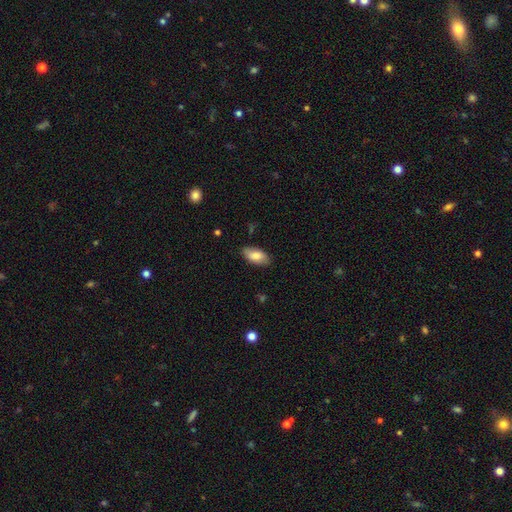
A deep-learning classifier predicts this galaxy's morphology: The model was most divided on "smooth or featured": smooth: 81%, featured or disk: 12%, star or artifact: 6%. More confident: how rounded — in between (93%); merging — none (84%).